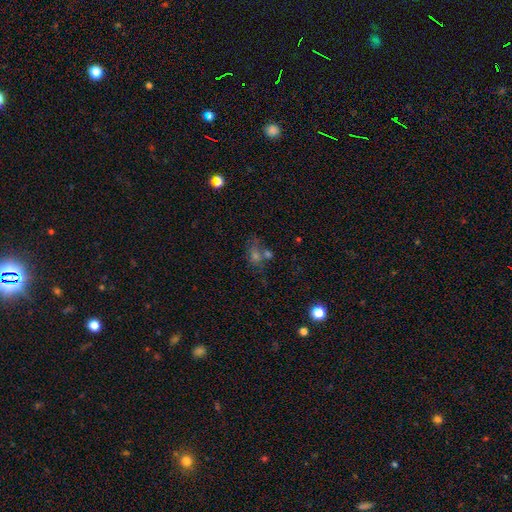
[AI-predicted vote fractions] smooth_or_featured: smooth (p=0.46) [alt: star or artifact p=0.31]
merging: none (p=0.47) [alt: merger p=0.27]